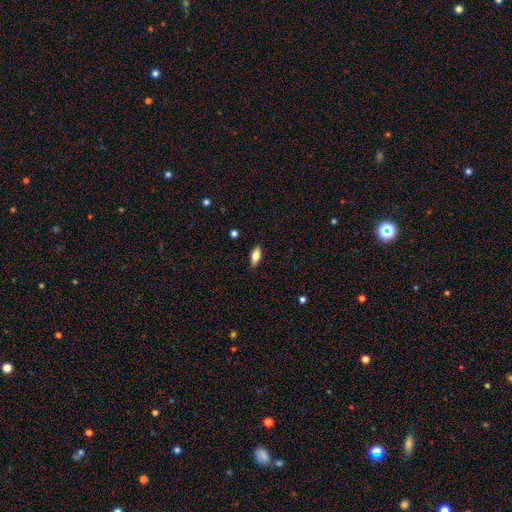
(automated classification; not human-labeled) smooth_or_featured: smooth (p=0.73) [alt: featured or disk p=0.20]
how_rounded: in between (p=0.82) [alt: cigar-shaped p=0.15]
merging: none (p=0.88) [alt: minor disturbance p=0.09]